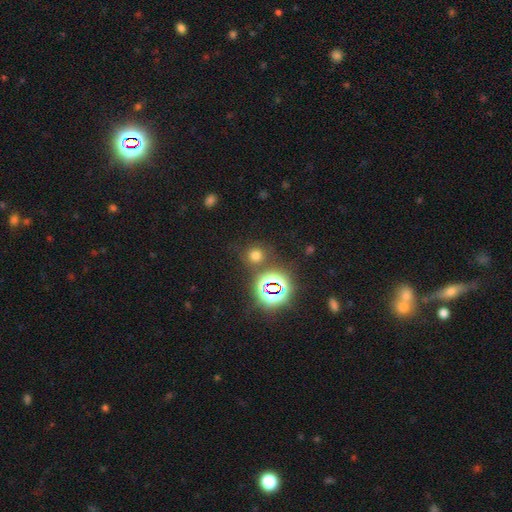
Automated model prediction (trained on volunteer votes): smooth_or_featured: smooth (p=0.61) [alt: star or artifact p=0.32]
how_rounded: round (p=0.89) [alt: in between p=0.10]
merging: none (p=0.80) [alt: minor disturbance p=0.09]